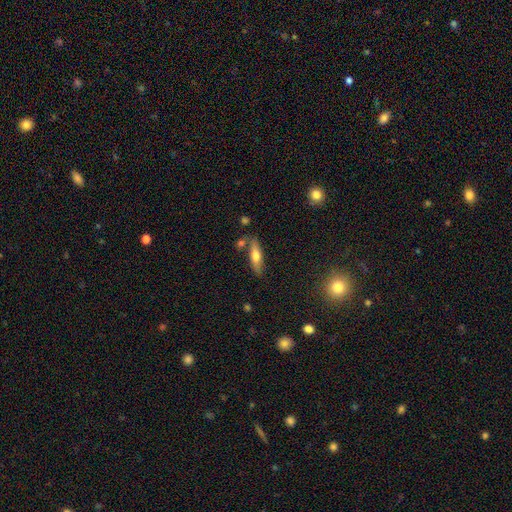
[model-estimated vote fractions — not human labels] Smooth or featured?
  - smooth: 56% *
  - featured or disk: 37%
  - star or artifact: 7%
How rounded?
  - cigar-shaped: 64% *
  - in between: 34%
  - round: 2%
Merging?
  - none: 75% *
  - minor disturbance: 14%
  - merger: 8%
  - major disturbance: 3%